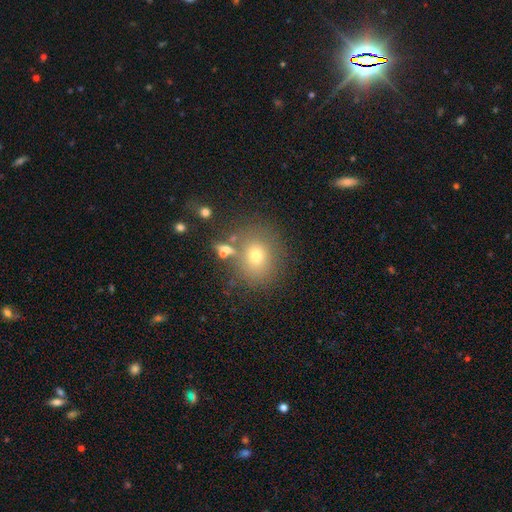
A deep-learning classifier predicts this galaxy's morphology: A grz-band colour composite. It shows a smooth galaxy with no disk features (68%) that is round (70%). Merging: none (72%).